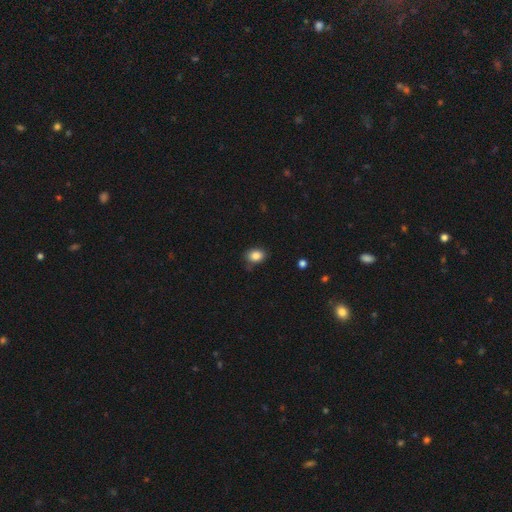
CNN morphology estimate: type=smooth (86%); roundness=in between (67%); merging=none (81%).